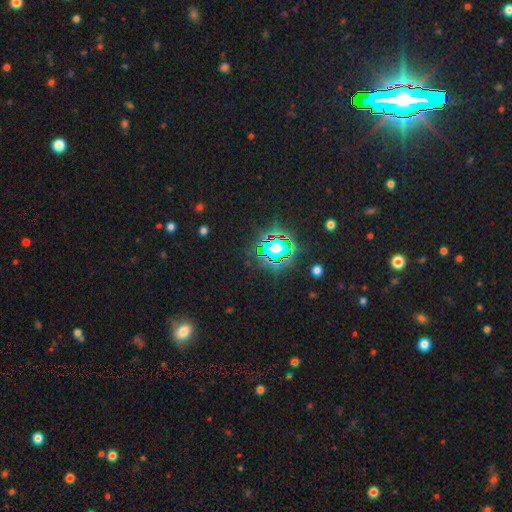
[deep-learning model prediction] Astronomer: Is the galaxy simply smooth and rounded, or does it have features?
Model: star or artifact — 81%.